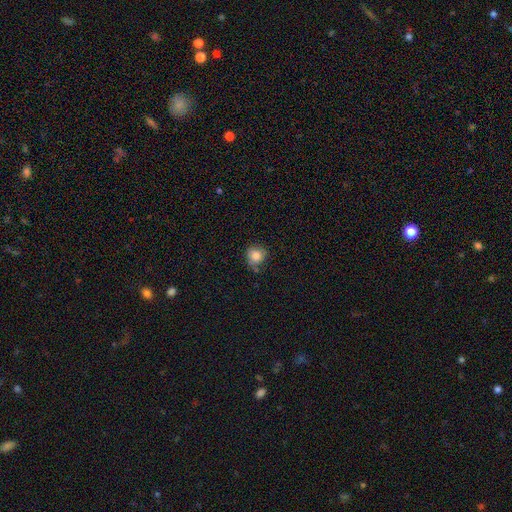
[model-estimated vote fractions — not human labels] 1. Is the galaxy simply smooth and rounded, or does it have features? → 84% smooth, 9% star or artifact, 6% featured or disk.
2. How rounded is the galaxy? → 85% round, 14% in between, 1% cigar-shaped.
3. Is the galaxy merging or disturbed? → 65% none, 24% minor disturbance, 5% major disturbance, 5% merger.